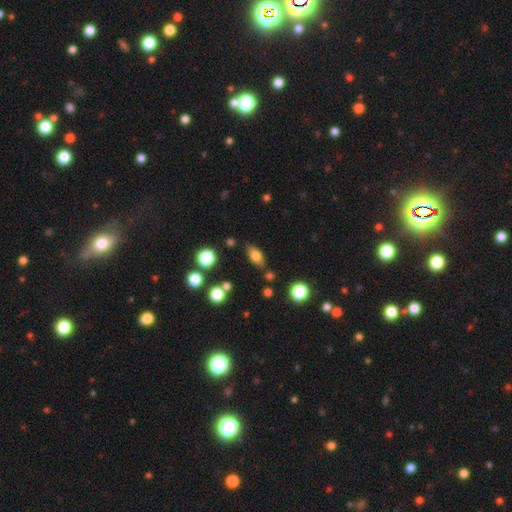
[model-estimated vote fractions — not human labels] Smooth or featured? smooth (75%)
How rounded? in between (84%)
Merging? none (78%)